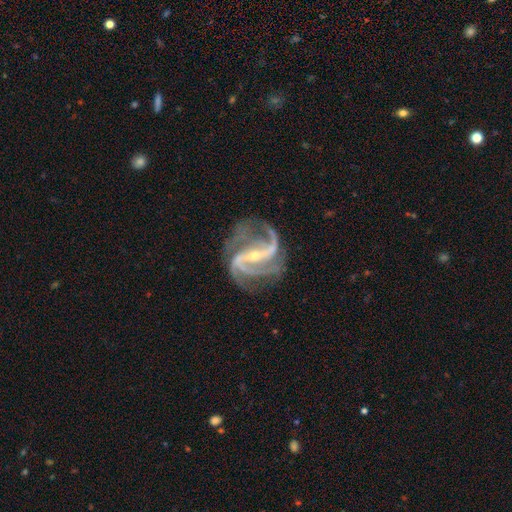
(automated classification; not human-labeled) Smooth or featured? Predicted: featured or disk (p=0.93). Edge-on disk? Predicted: no (p=0.97). Bar? Predicted: strong (p=0.65). Spiral arms? Predicted: yes (p=0.98). Spiral winding? Predicted: medium (p=0.51). Spiral arm count? Predicted: 2 (p=0.47). Bulge size? Predicted: small (p=0.75). Merging? Predicted: none (p=0.65).